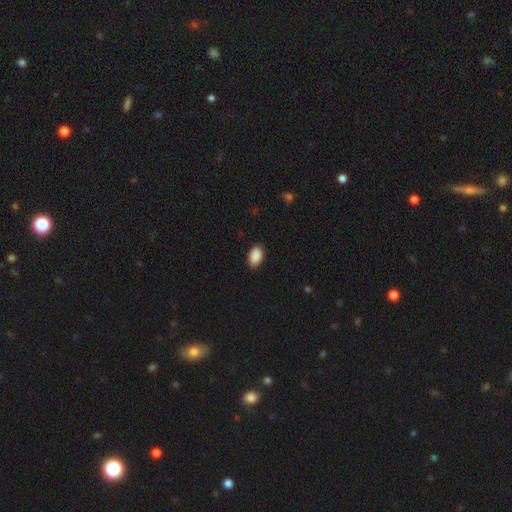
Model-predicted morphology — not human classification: smooth 90%, star or artifact 7%, featured or disk 3%. Down the decision tree: how rounded — in between (91%); merging — none (87%).